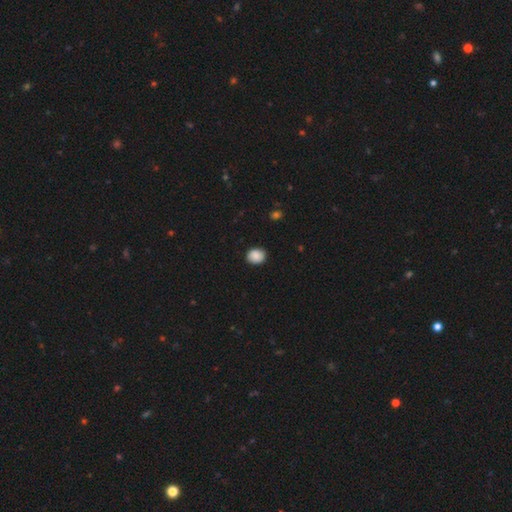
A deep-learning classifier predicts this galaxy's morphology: smooth-or-featured: smooth: 88% | star or artifact: 8% | featured or disk: 4%
  how-rounded: round: 60% | in between: 39% | cigar-shaped: 1%
  merging: none: 88% | minor disturbance: 9% | major disturbance: 2% | merger: 1%